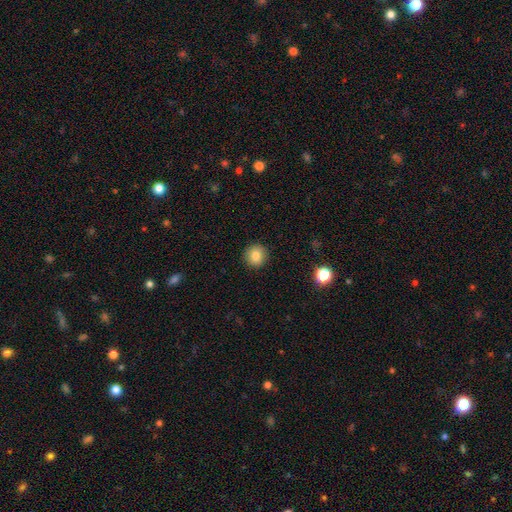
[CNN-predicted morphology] Smooth or featured? smooth (84%)
How rounded? round (93%)
Merging? none (92%)